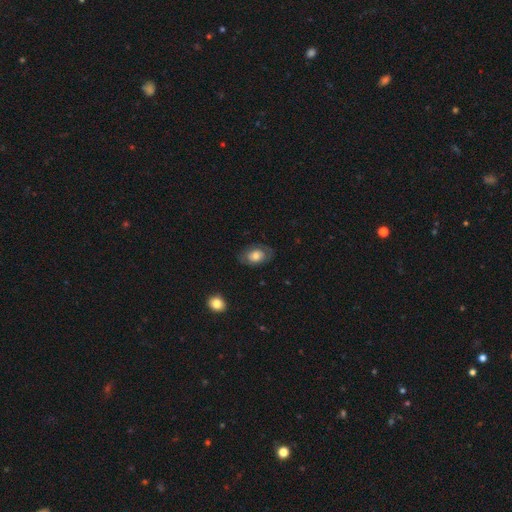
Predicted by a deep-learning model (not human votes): Smooth or featured?
  - smooth: 59% *
  - featured or disk: 33%
  - star or artifact: 8%
How rounded?
  - in between: 84% *
  - round: 14%
  - cigar-shaped: 1%
Merging?
  - none: 76% *
  - minor disturbance: 17%
  - major disturbance: 6%
  - merger: 1%